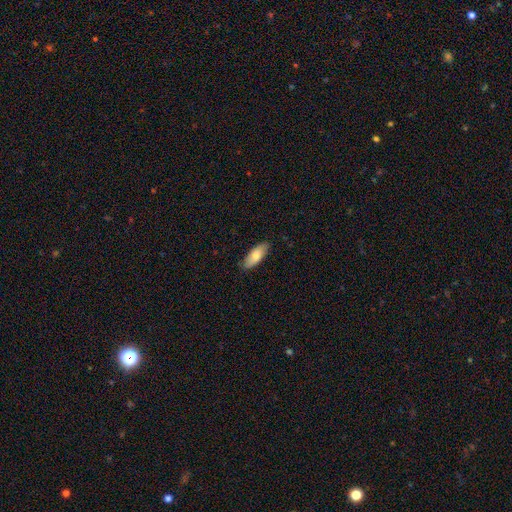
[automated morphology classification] smooth 76%, featured or disk 18%, star or artifact 6%. Down the decision tree: how rounded — in between (78%); merging — none (85%).